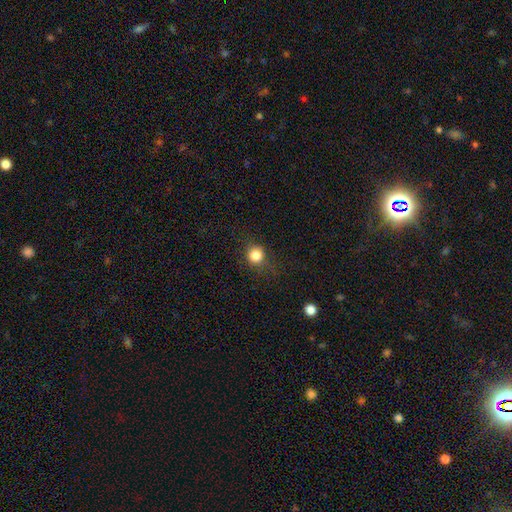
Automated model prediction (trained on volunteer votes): This is clearly a smooth galaxy (83%). How rounded: clearly round (93%). Merging: clearly none (83%).